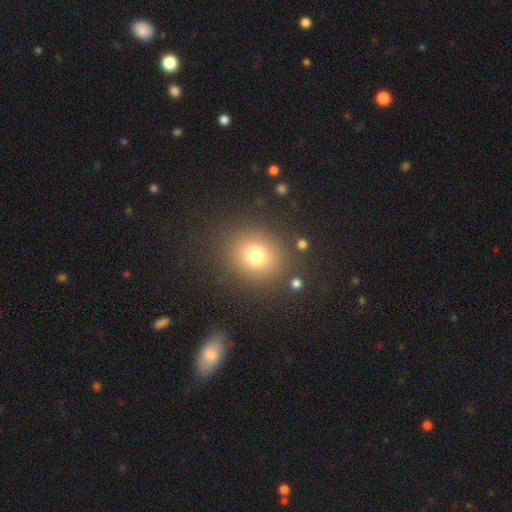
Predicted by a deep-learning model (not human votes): Smooth or featured: smooth — 74% (star or artifact — 17%)
How rounded: round — 80% (in between — 19%)
Merging: none — 85% (minor disturbance — 8%)